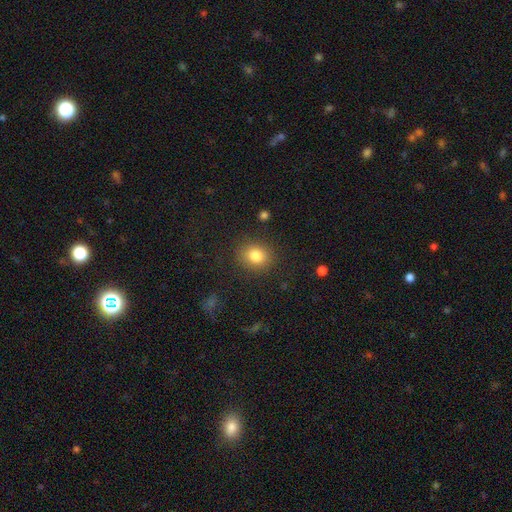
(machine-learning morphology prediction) A smooth galaxy with no disk features (82%) that is round (65%). Merging: none (86%).